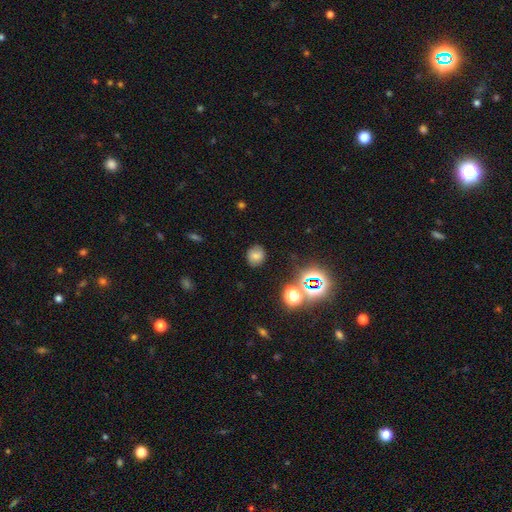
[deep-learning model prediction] Smooth or featured? smooth (67%)
How rounded? round (75%)
Merging? none (82%)